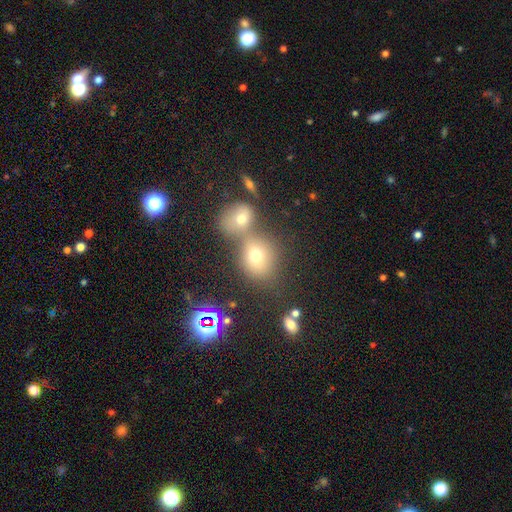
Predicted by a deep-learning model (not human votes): Overall: smooth (65%). How rounded: round (68%; in between 30%). Merging: none (49%; merger 36%).